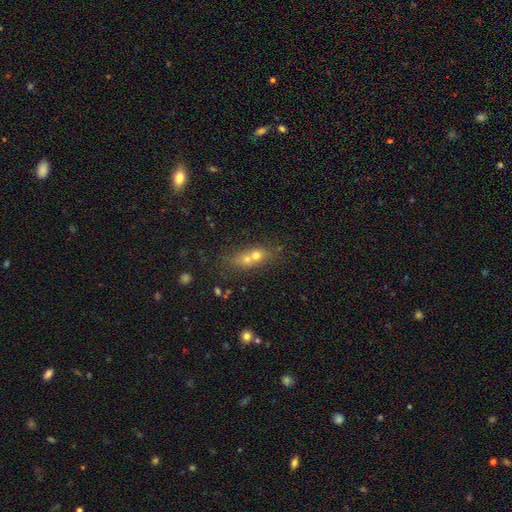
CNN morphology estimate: Overall: smooth (61%; featured or disk 24%). How rounded: in between (45%, tied with round). Merging: merger (60%; none 28%).